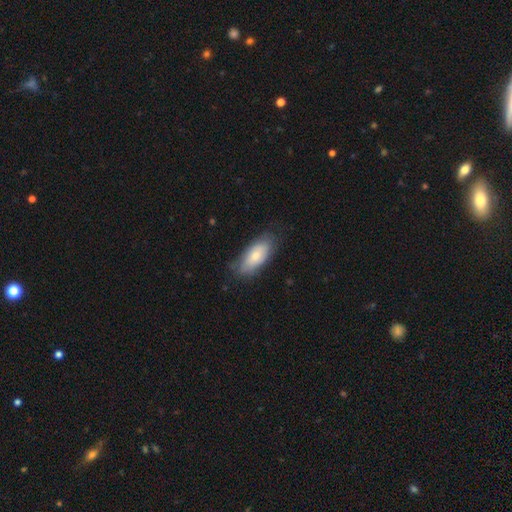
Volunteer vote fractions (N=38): smooth-or-featured: smooth: 55% | featured or disk: 34% | star or artifact: 11%
  how-rounded: in between: 95% | cigar-shaped: 5% | round: 0%
  merging: none: 59% | minor disturbance: 35% | major disturbance: 3% | merger: 3%